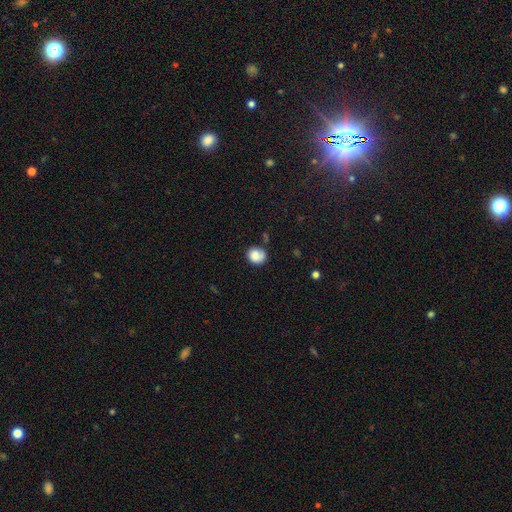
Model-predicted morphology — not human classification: A smooth galaxy with no disk features (81%) that is round (68%). Merging: none (61%).